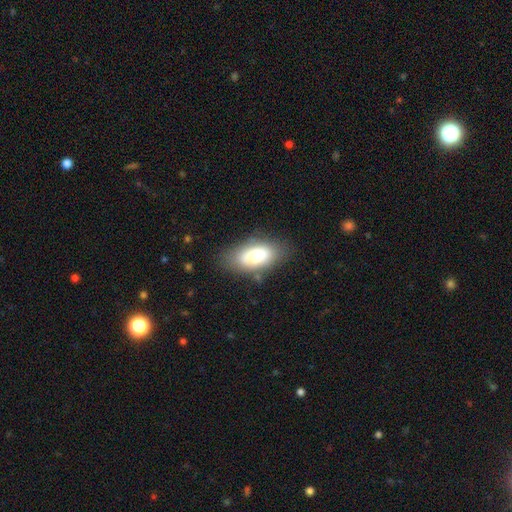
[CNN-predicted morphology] This appears to be a smooth galaxy with no disk features (77%) that is in between round and cigar-shaped (91%). Merging: none (76%).